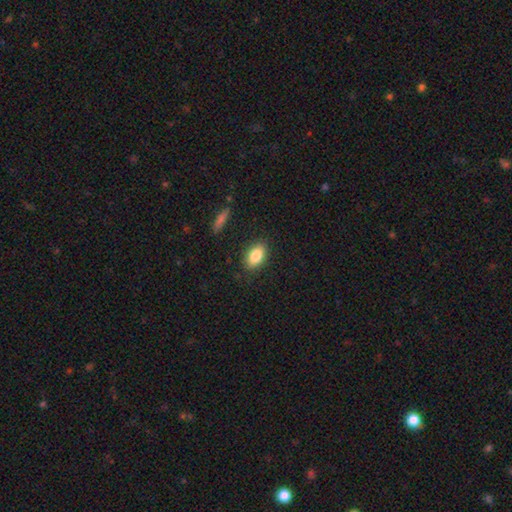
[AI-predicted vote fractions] smooth 85%, featured or disk 8%, star or artifact 7%. Down the decision tree: how rounded — in between (89%); merging — none (86%).